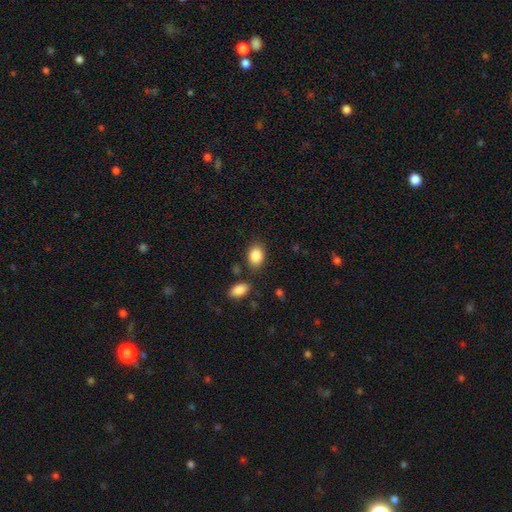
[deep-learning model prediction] This appears to be a smooth galaxy with no disk features (88%) that is in between round and cigar-shaped (77%). Merging: none (78%).